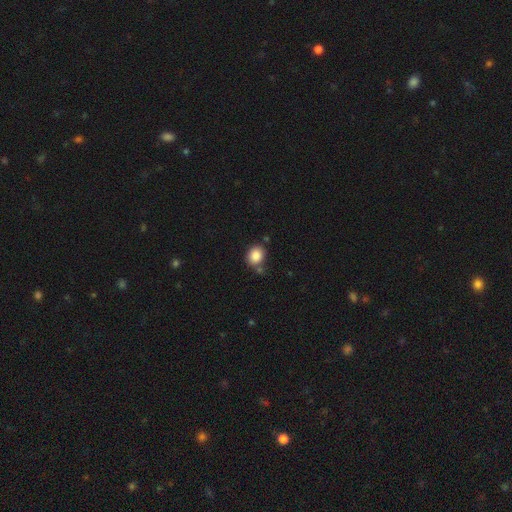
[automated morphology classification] smooth-or-featured: smooth: 86% | star or artifact: 9% | featured or disk: 5%
  how-rounded: round: 61% | in between: 38% | cigar-shaped: 1%
  merging: none: 71% | minor disturbance: 13% | merger: 12% | major disturbance: 4%